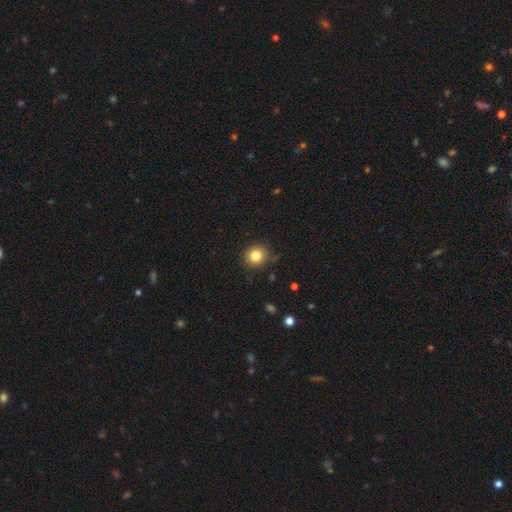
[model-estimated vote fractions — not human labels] Q: Smooth or featured?
A: smooth (83%); runner-up: star or artifact (11%)
Q: How rounded?
A: round (90%); runner-up: in between (9%)
Q: Merging?
A: none (86%); runner-up: minor disturbance (10%)